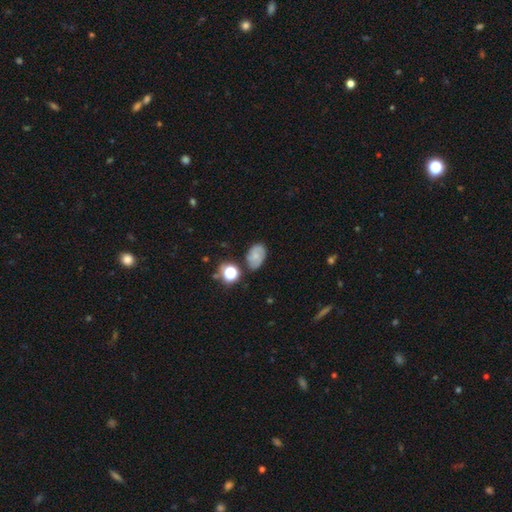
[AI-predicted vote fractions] A smooth galaxy with no disk features (46%). Merging: none (68%).